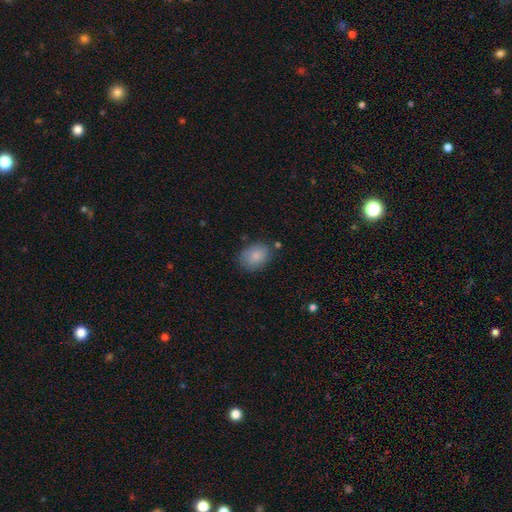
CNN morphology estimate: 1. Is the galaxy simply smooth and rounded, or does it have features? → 85% smooth, 8% featured or disk, 7% star or artifact.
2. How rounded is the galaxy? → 68% in between, 31% round, 1% cigar-shaped.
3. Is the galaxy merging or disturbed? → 77% none, 16% minor disturbance, 4% major disturbance, 3% merger.